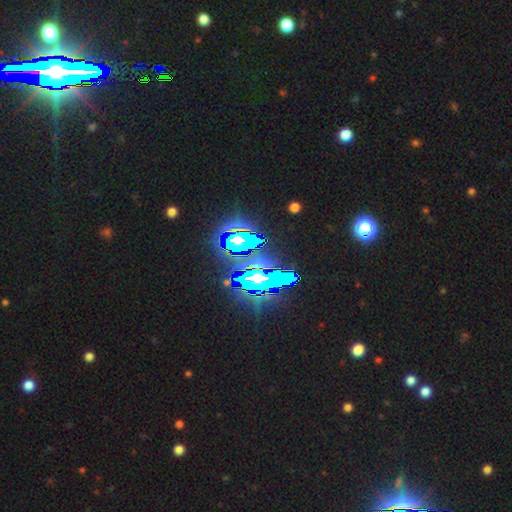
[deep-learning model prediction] A star or artifact, not a galaxy (83%).

Vote fractions:
- Smooth or featured? star or artifact: 83% / smooth: 9% / featured or disk: 8%